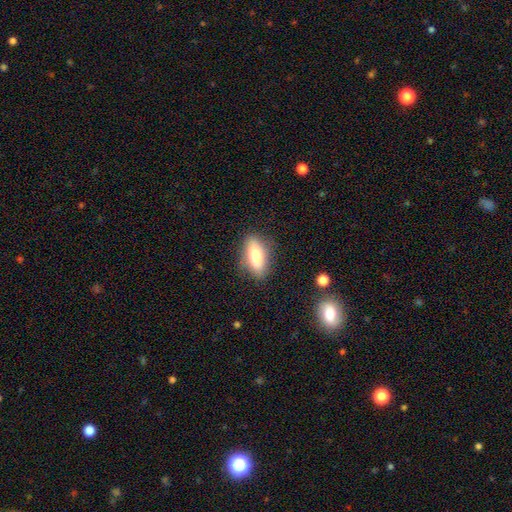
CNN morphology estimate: Smooth or featured: smooth — 75% (featured or disk — 18%)
How rounded: in between — 75% (cigar-shaped — 22%)
Merging: none — 82% (minor disturbance — 13%)